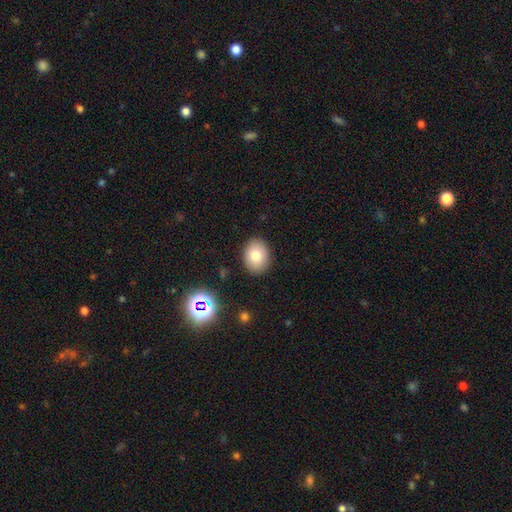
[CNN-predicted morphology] Smooth or featured? smooth (78%)
How rounded? in between (64%)
Merging? none (88%)